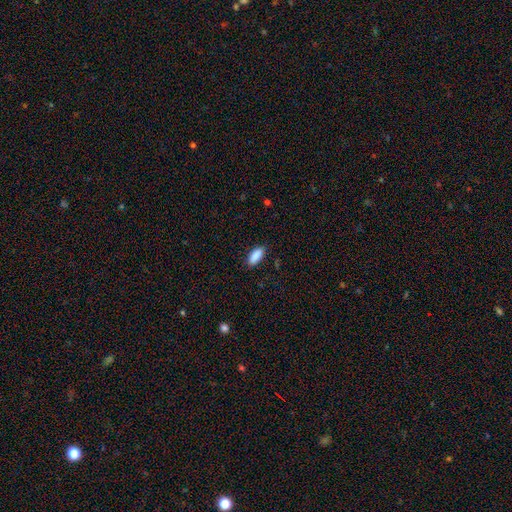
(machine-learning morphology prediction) This is clearly a smooth galaxy (90%). How rounded: clearly in between (82%). Merging: clearly none (87%).